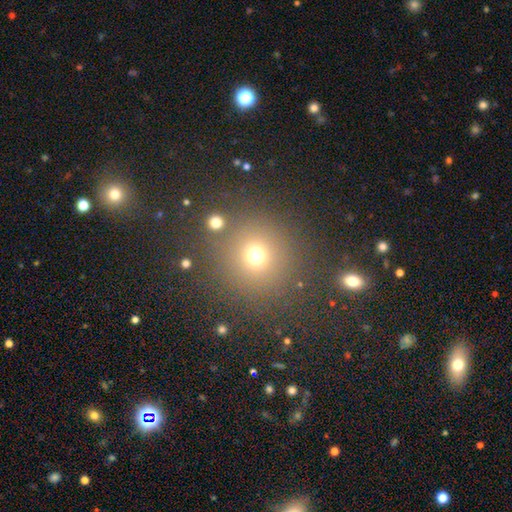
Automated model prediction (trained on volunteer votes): This is likely a smooth galaxy (69%). How rounded: clearly round (92%). Merging: clearly none (80%).